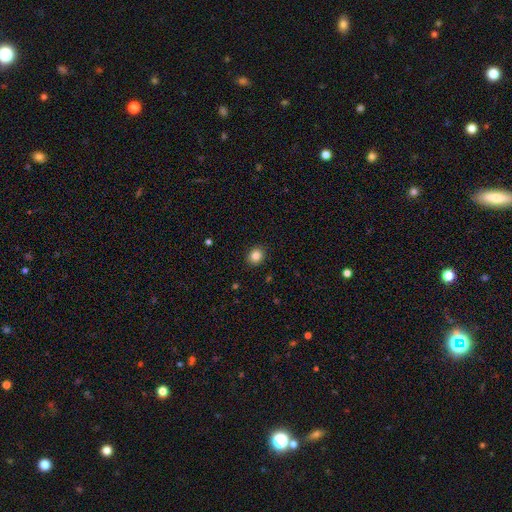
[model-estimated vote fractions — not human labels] Q: Smooth or featured?
A: smooth (85%); runner-up: star or artifact (10%)
Q: How rounded?
A: round (73%); runner-up: in between (26%)
Q: Merging?
A: none (91%); runner-up: minor disturbance (6%)